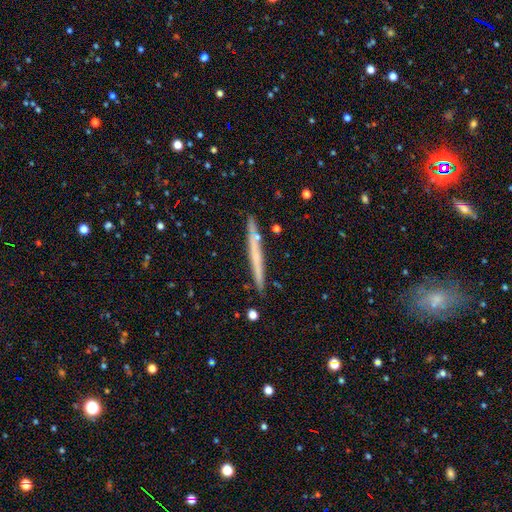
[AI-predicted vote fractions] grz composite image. It shows a smooth galaxy with no disk features (48%). Merging: none (87%).